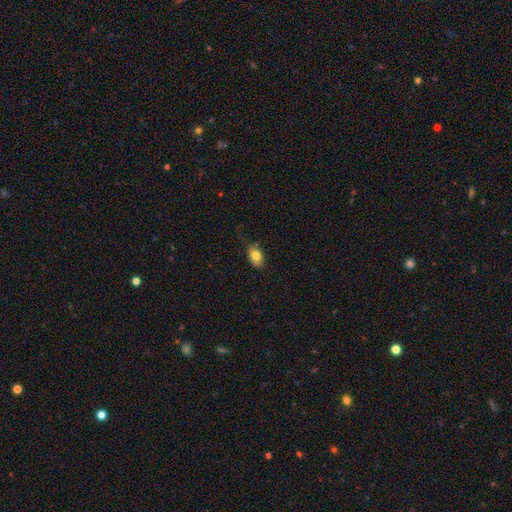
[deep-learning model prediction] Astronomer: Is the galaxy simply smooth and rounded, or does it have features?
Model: smooth — 81%.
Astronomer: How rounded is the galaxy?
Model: in between — 87%.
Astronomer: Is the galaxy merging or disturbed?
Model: none — 75%.